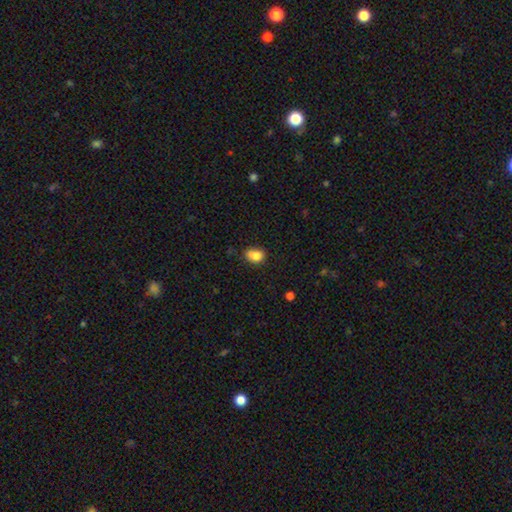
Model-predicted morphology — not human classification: Smooth or featured: smooth — 82% (star or artifact — 10%)
How rounded: in between — 63% (round — 35%)
Merging: none — 58% (minor disturbance — 30%)